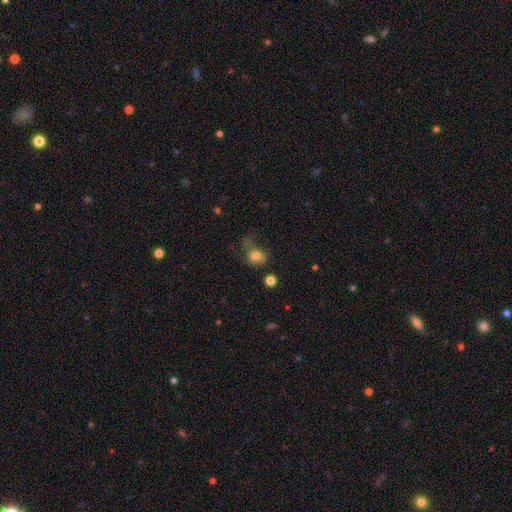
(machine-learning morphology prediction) smooth 78%, star or artifact 12%, featured or disk 10%. Down the decision tree: how rounded — round (60%); merging — none (40%).